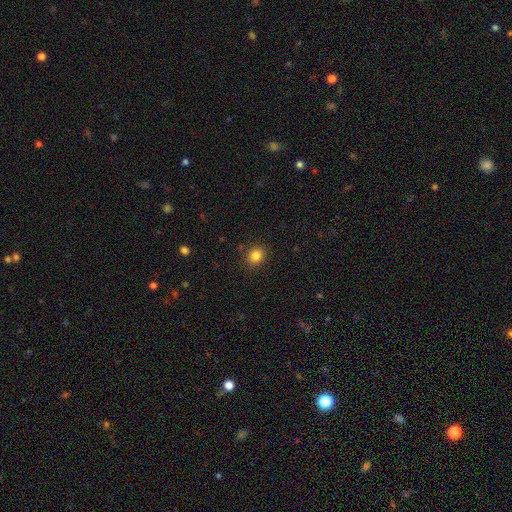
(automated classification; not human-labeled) Overall: smooth (83%). How rounded: round (67%; in between 32%). Merging: none (88%).